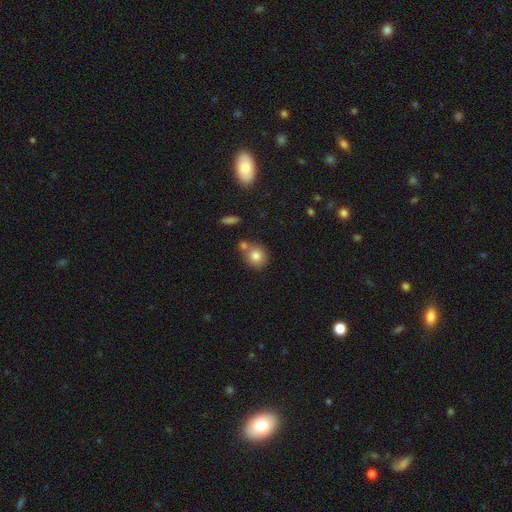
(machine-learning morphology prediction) Smooth or featured? Predicted: smooth (p=0.80). How rounded? Predicted: round (p=0.82). Merging? Predicted: none (p=0.60).